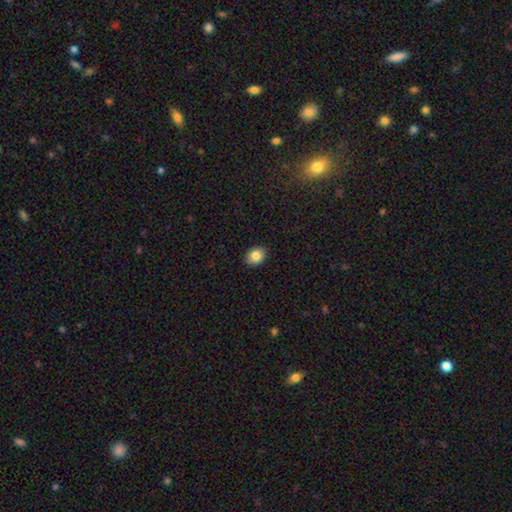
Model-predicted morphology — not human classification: smooth_or_featured: smooth (p=0.85) [alt: star or artifact p=0.09]
how_rounded: in between (p=0.59) [alt: round p=0.40]
merging: none (p=0.89) [alt: minor disturbance p=0.08]